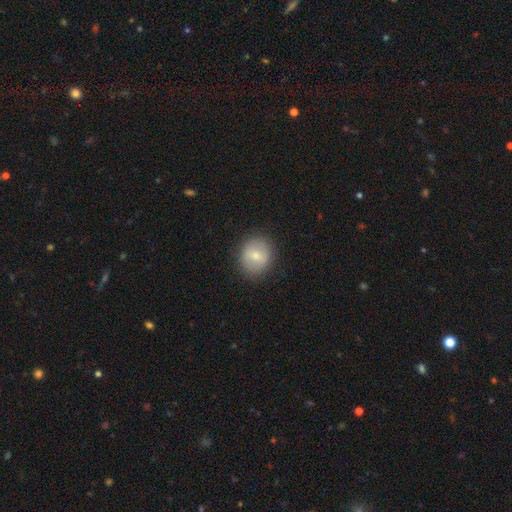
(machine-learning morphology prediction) This appears to be a smooth galaxy with no disk features (72%) that is round (82%). Merging: none (86%).